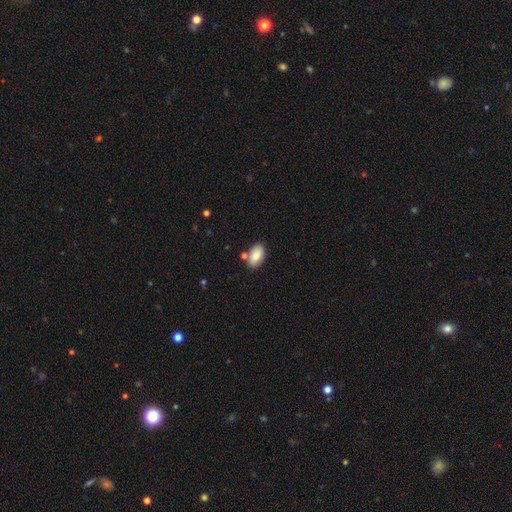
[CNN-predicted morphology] smooth 80%, featured or disk 12%, star or artifact 7%. Down the decision tree: how rounded — in between (93%); merging — none (78%).